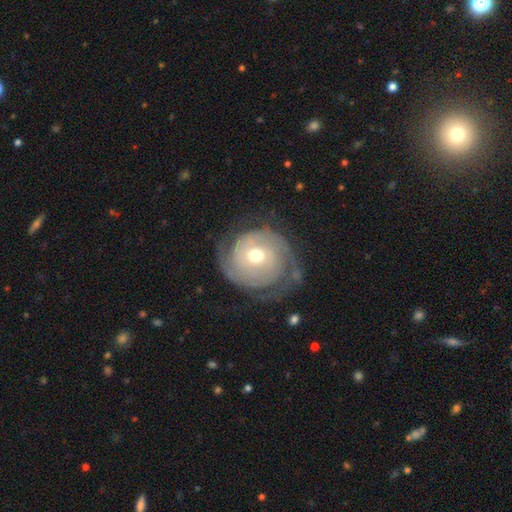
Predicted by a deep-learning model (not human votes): Q: Smooth or featured?
A: featured or disk (80%); runner-up: smooth (14%)
Q: Edge-on disk?
A: no (97%); runner-up: yes (3%)
Q: Bar?
A: no (70%); runner-up: weak (23%)
Q: Spiral arms?
A: yes (93%); runner-up: no (7%)
Q: Spiral winding?
A: tight (60%); runner-up: medium (28%)
Q: Spiral arm count?
A: 2 (68%); runner-up: can't tell (13%)
Q: Bulge size?
A: moderate (68%); runner-up: small (24%)
Q: Merging?
A: none (66%); runner-up: minor disturbance (18%)